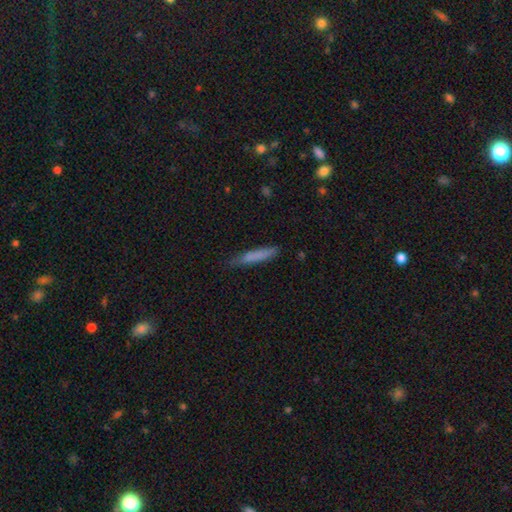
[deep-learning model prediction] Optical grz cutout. It shows a smooth galaxy with no disk features (75%) that is cigar-shaped (94%). Merging: none (78%).